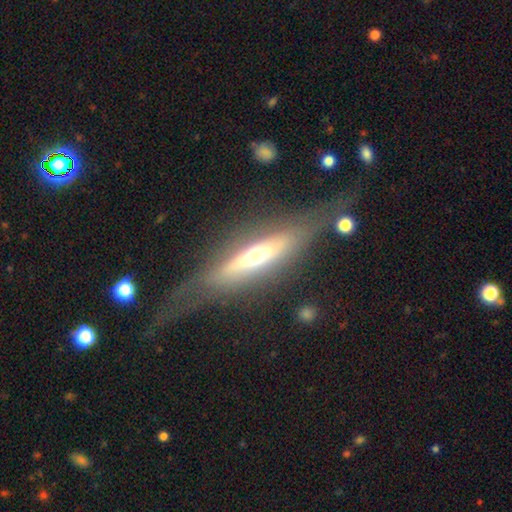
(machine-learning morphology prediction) Overall: featured or disk (68%). Edge-on disk: yes (81%). Edge-on bulge: rounded (83%). Merging: none (60%).